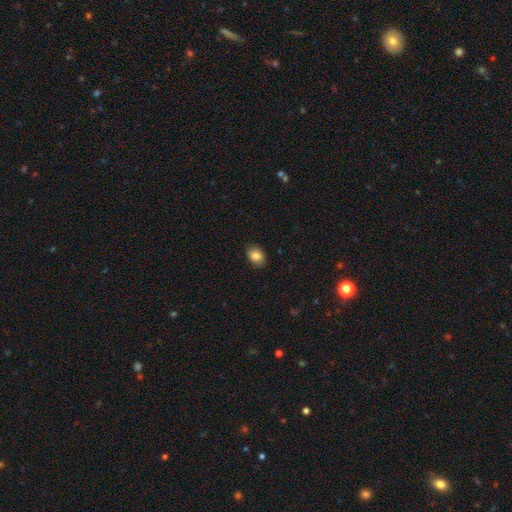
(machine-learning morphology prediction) A smooth galaxy with no disk features (85%) that is in between round and cigar-shaped (64%).

Vote fractions:
- Smooth or featured? smooth: 85% / star or artifact: 9% / featured or disk: 6%
- How rounded? in between: 64% / round: 35% / cigar-shaped: 1%
- Merging? none: 88% / minor disturbance: 9% / major disturbance: 2% / merger: 1%